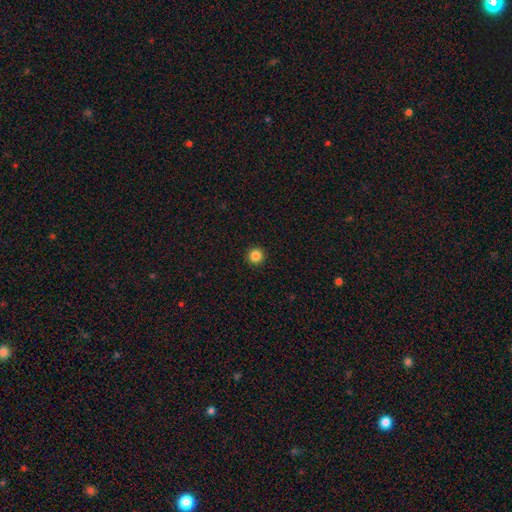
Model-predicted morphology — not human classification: Smooth or featured? smooth (85%)
How rounded? round (96%)
Merging? none (94%)